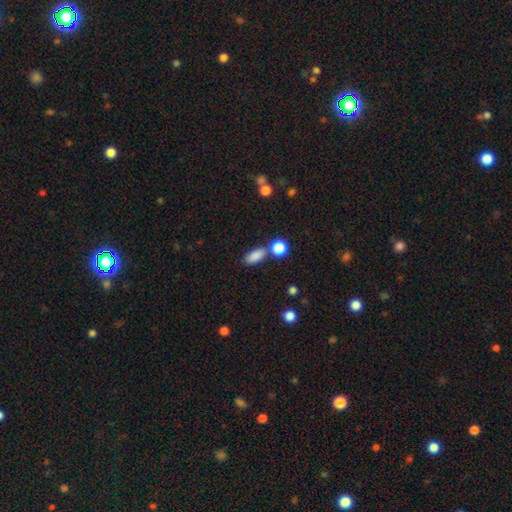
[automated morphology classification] smooth_or_featured: smooth (p=0.86) [alt: star or artifact p=0.09]
how_rounded: in between (p=0.84) [alt: cigar-shaped p=0.09]
merging: none (p=0.72) [alt: merger p=0.13]